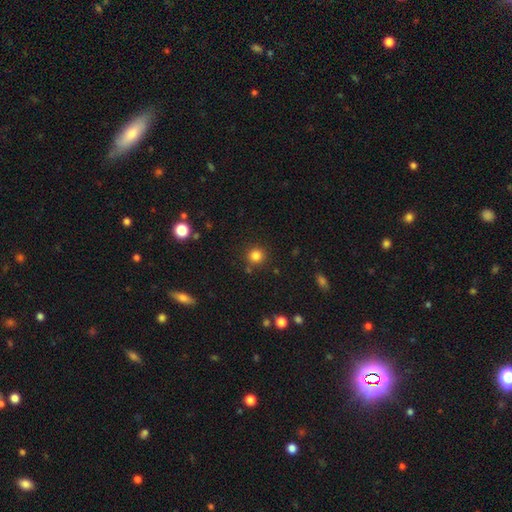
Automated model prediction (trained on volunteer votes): Q: Smooth or featured?
A: smooth (82%); runner-up: star or artifact (13%)
Q: How rounded?
A: round (92%); runner-up: in between (7%)
Q: Merging?
A: none (86%); runner-up: minor disturbance (7%)